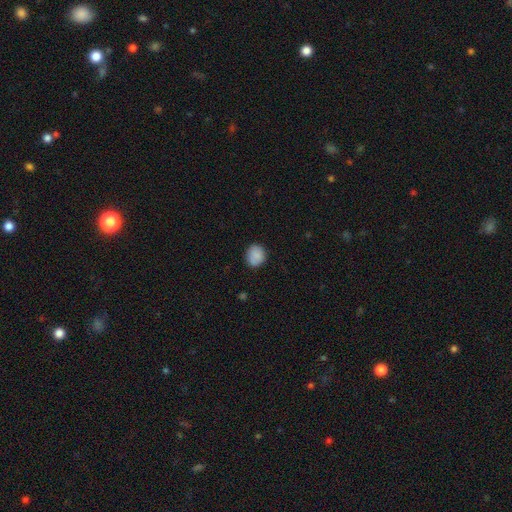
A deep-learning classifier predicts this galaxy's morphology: The model was most divided on "how rounded": round: 73%, in between: 26%, cigar-shaped: 1%. More confident: smooth or featured — smooth (87%); merging — none (83%).